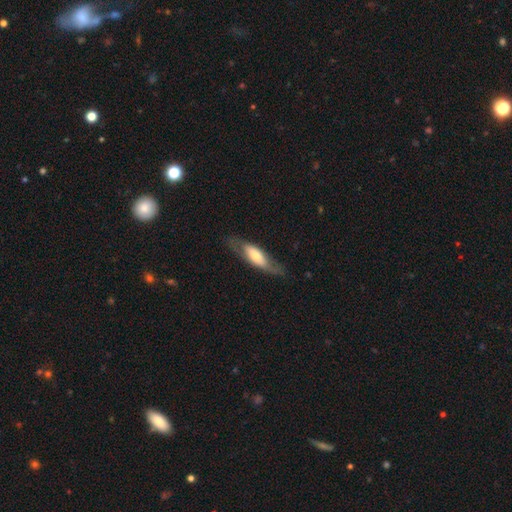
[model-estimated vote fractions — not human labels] This is possibly a featured or disk galaxy (48%). Merging: likely none (71%).